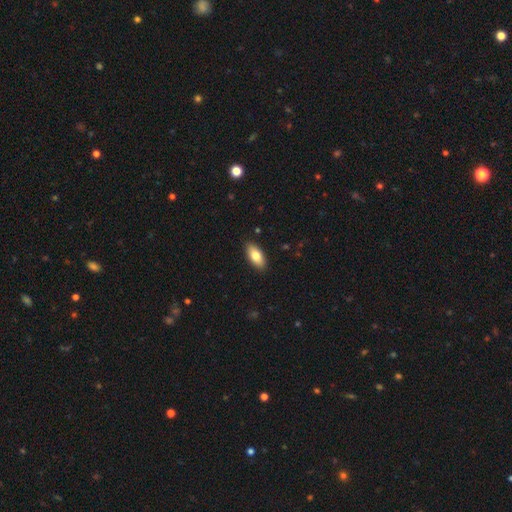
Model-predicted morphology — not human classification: Smooth or featured? smooth (79%)
How rounded? in between (88%)
Merging? none (89%)